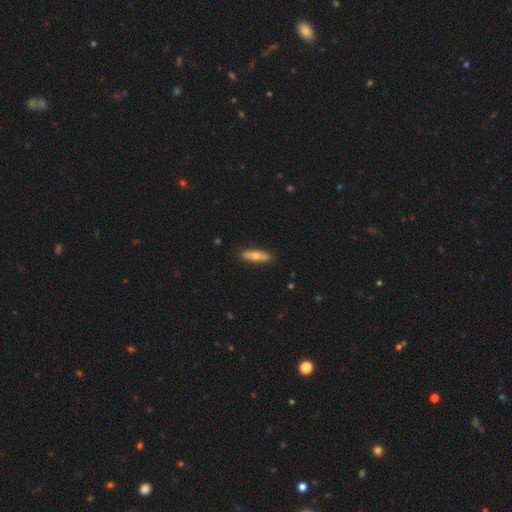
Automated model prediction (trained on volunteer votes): Morphology: type=smooth (61%); roundness=cigar-shaped (59%); merging=none (86%).